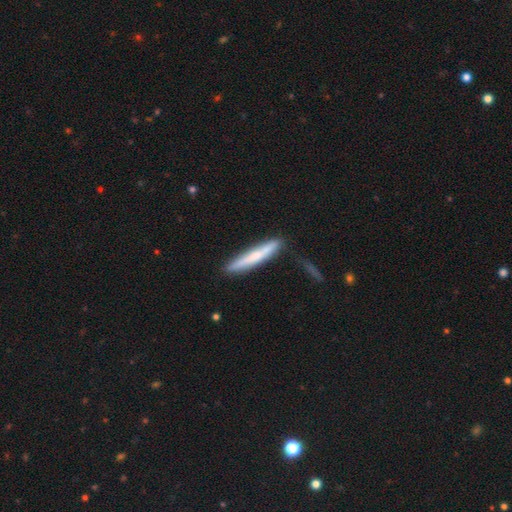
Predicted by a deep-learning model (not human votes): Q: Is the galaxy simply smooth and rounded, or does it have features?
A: smooth — 57%.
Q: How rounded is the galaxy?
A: cigar-shaped — 94%.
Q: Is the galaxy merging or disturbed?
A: none — 82%.